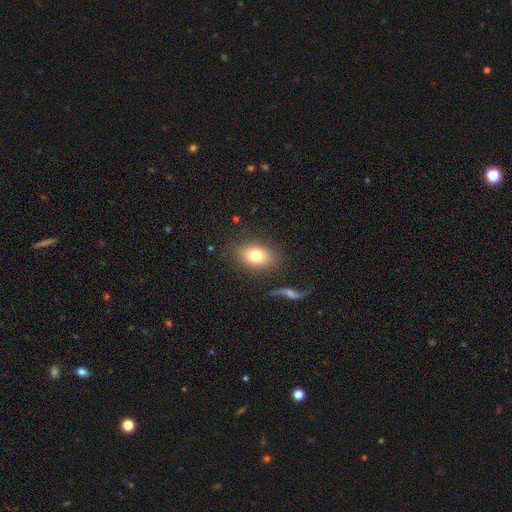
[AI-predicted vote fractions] This appears to be a smooth galaxy with no disk features (76%) that is in between round and cigar-shaped (75%). Merging: none (81%).